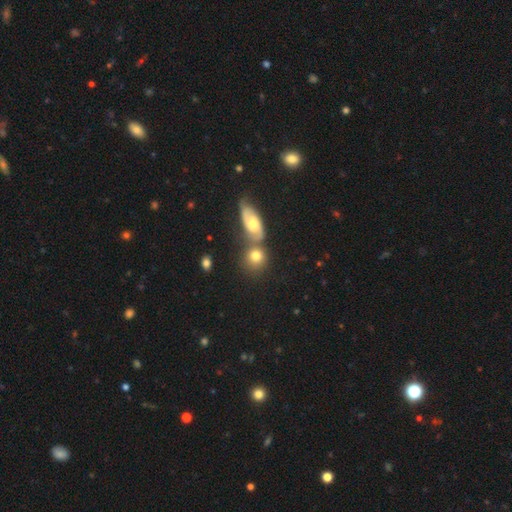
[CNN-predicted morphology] A smooth galaxy with no disk features (71%) that is round (71%). Merging: none (49%).